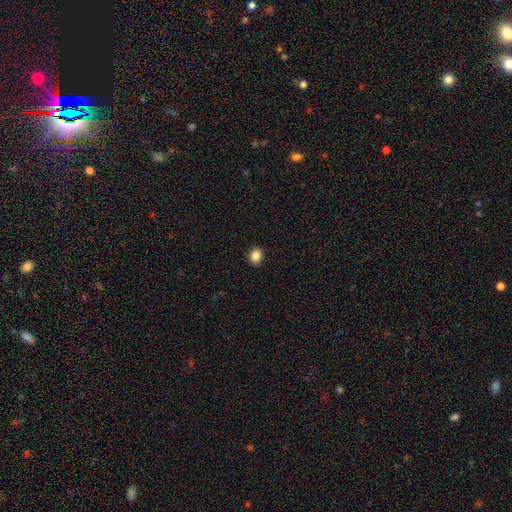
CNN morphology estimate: Smooth or featured?
  - smooth: 86% *
  - star or artifact: 10%
  - featured or disk: 4%
How rounded?
  - round: 67% *
  - in between: 32%
  - cigar-shaped: 1%
Merging?
  - none: 91% *
  - minor disturbance: 6%
  - major disturbance: 2%
  - merger: 1%